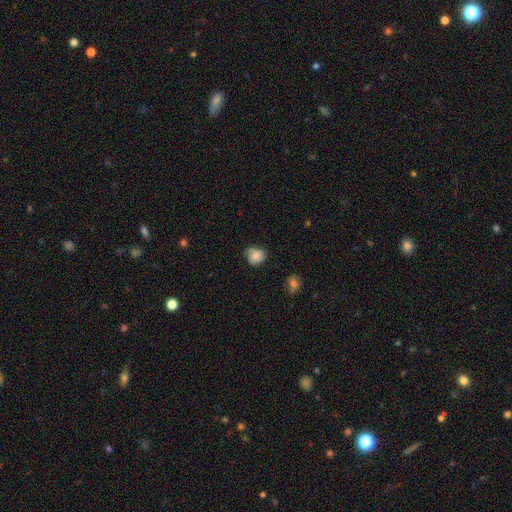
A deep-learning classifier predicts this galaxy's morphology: Smooth or featured? smooth (74%)
How rounded? round (78%)
Merging? none (59%)